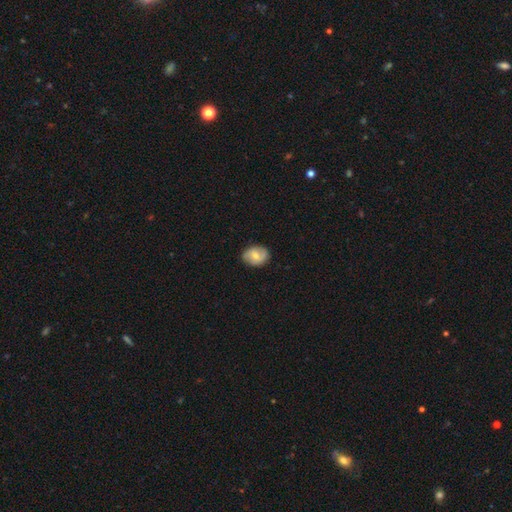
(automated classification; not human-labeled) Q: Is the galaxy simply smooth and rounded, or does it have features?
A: smooth — 57%.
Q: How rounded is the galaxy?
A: in between — 62%.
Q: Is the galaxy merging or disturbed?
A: none — 83%.